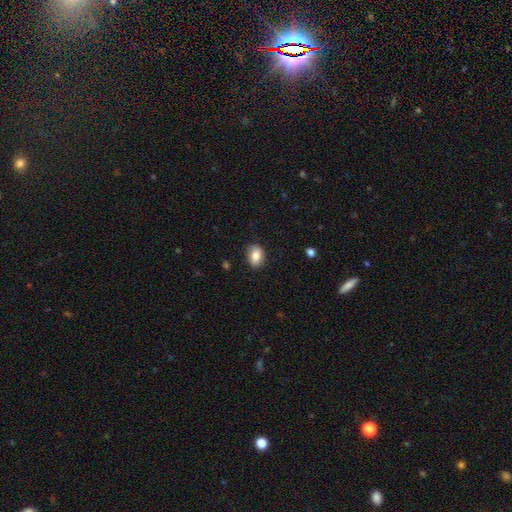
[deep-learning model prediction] This appears to be a smooth galaxy with no disk features (83%) that is in between round and cigar-shaped (74%). Merging: none (85%).